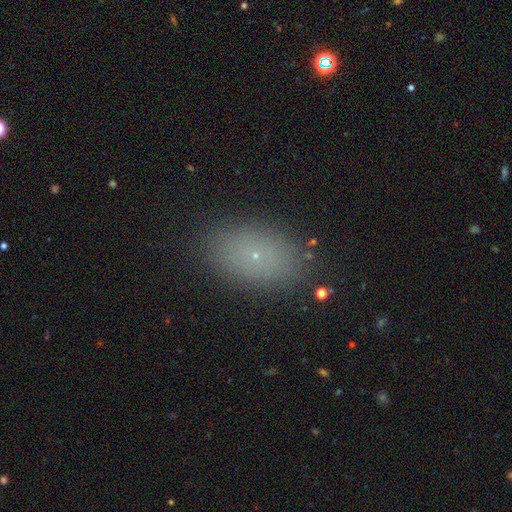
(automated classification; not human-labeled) The model was most divided on "smooth or featured": smooth: 69%, star or artifact: 15%, featured or disk: 15%. More confident: how rounded — in between (88%); merging — none (87%).